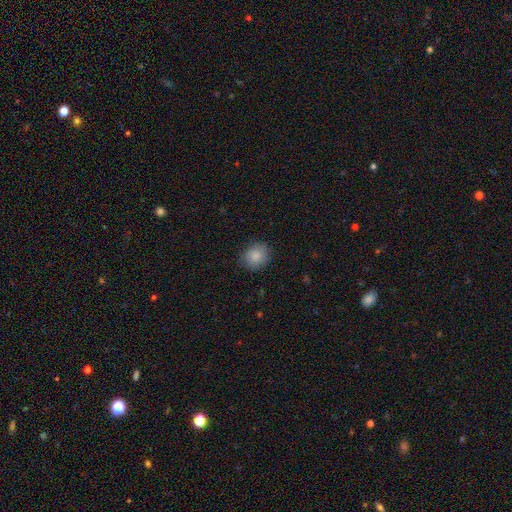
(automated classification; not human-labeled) A smooth galaxy with no disk features (86%) that is round (74%). Merging: none (84%).